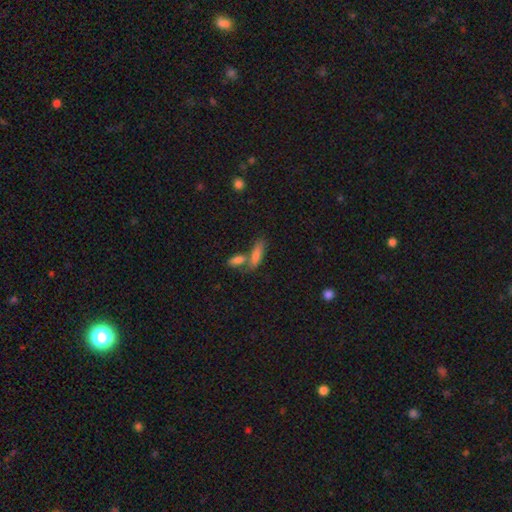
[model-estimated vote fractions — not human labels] Overall: smooth (77%). How rounded: in between (49%; cigar-shaped 48%). Merging: none (43%; merger 42%).